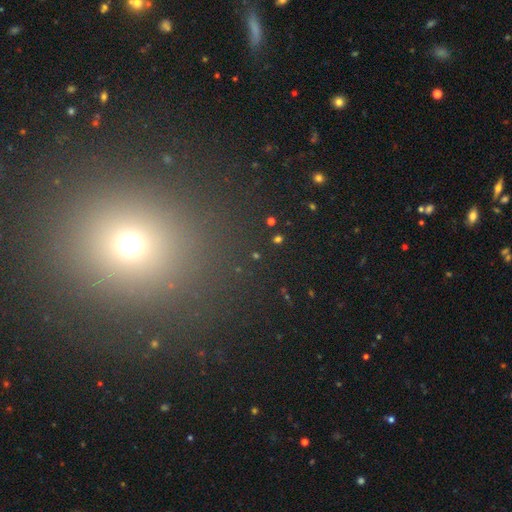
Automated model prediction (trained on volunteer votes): Smooth or featured: star or artifact — 61% (smooth — 28%)